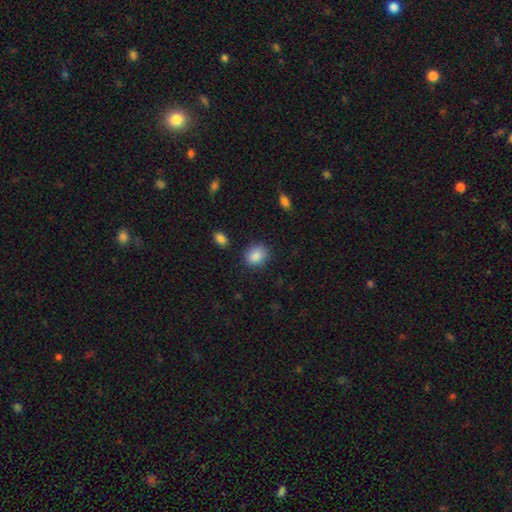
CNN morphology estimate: The model was most divided on "how rounded": round: 53%, in between: 46%, cigar-shaped: 1%. More confident: smooth or featured — smooth (88%); merging — none (84%).